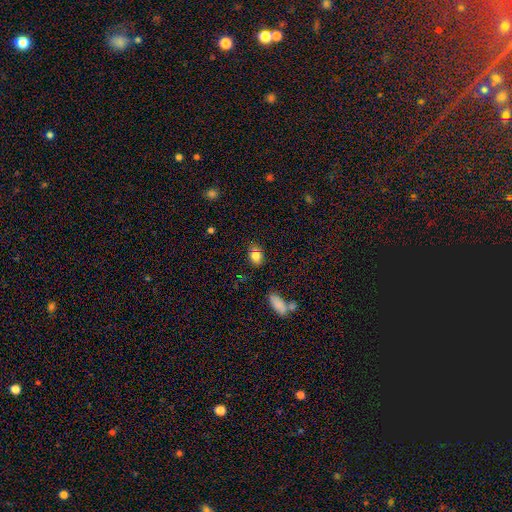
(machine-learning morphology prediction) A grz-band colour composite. It shows a smooth galaxy with no disk features (81%) that is in between round and cigar-shaped (72%). Merging: none (74%).